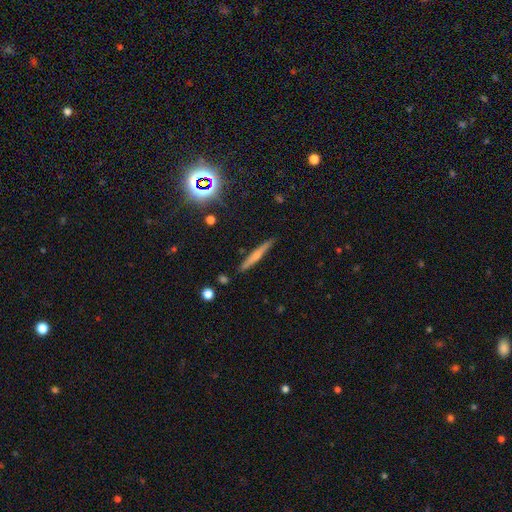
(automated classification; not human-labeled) Smooth or featured? Predicted: smooth (p=0.48). Merging? Predicted: none (p=0.88).